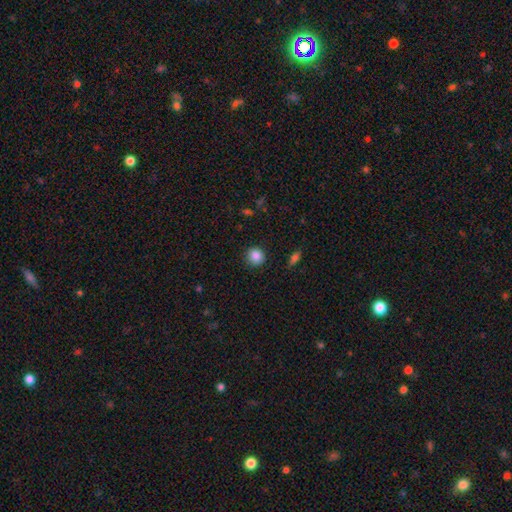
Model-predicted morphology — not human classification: Smooth or featured? smooth (86%)
How rounded? round (92%)
Merging? none (90%)